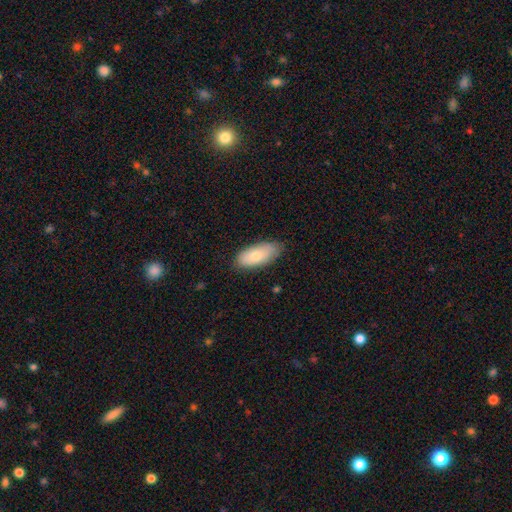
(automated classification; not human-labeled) smooth_or_featured: smooth (p=0.77) [alt: featured or disk p=0.17]
how_rounded: in between (p=0.90) [alt: cigar-shaped p=0.08]
merging: none (p=0.78) [alt: minor disturbance p=0.18]